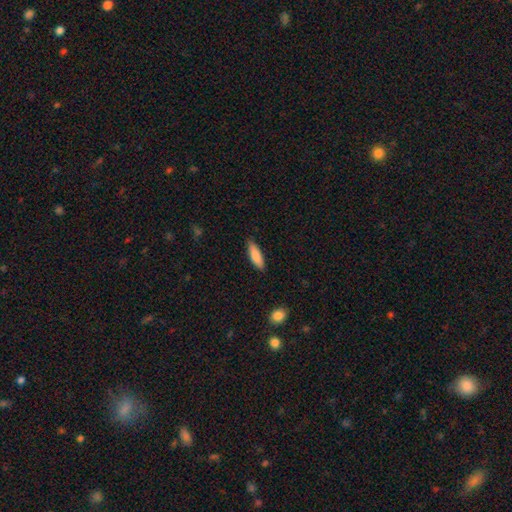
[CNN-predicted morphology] type=smooth (86%); roundness=cigar-shaped (56%); merging=none (87%).